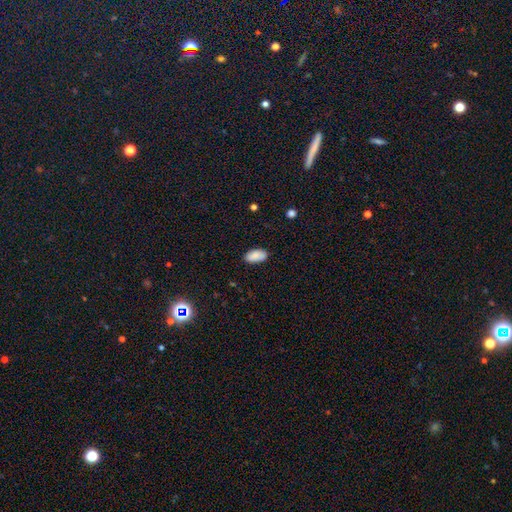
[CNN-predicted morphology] The model was most divided on "merging": none: 85%, minor disturbance: 12%, major disturbance: 2%, merger: 1%. More confident: how rounded — in between (95%); smooth or featured — smooth (88%).